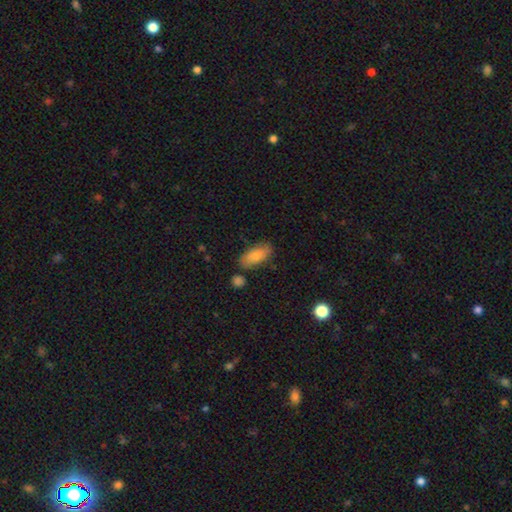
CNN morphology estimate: type=smooth (77%); roundness=in between (91%); merging=none (75%).